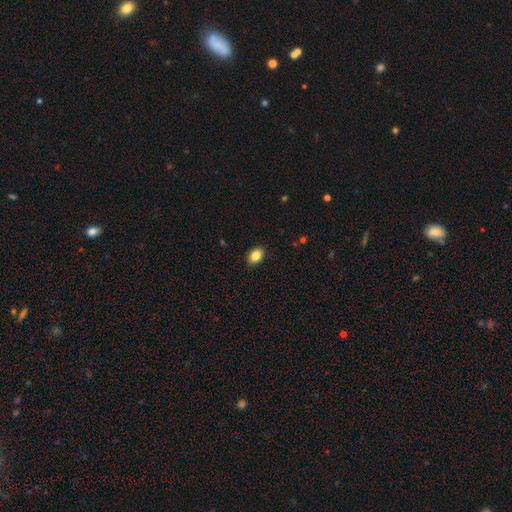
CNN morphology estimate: smooth-or-featured: smooth: 86% | star or artifact: 8% | featured or disk: 6%
  how-rounded: in between: 79% | round: 20% | cigar-shaped: 1%
  merging: none: 90% | minor disturbance: 7% | major disturbance: 2% | merger: 1%